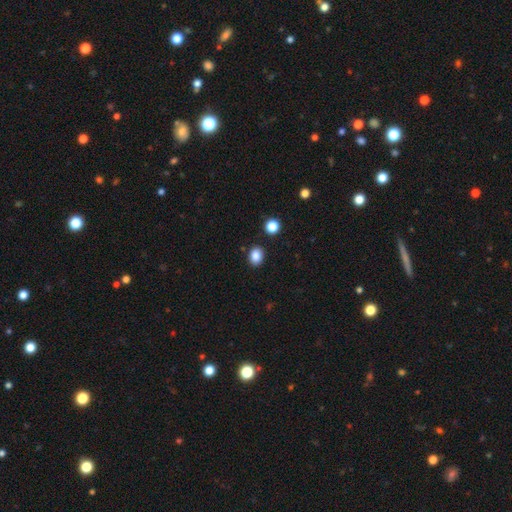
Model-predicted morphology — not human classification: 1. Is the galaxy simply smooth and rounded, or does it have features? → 86% smooth, 10% star or artifact, 4% featured or disk.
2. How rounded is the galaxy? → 53% in between, 46% round, 1% cigar-shaped.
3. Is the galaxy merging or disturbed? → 87% none, 8% minor disturbance, 3% merger, 2% major disturbance.